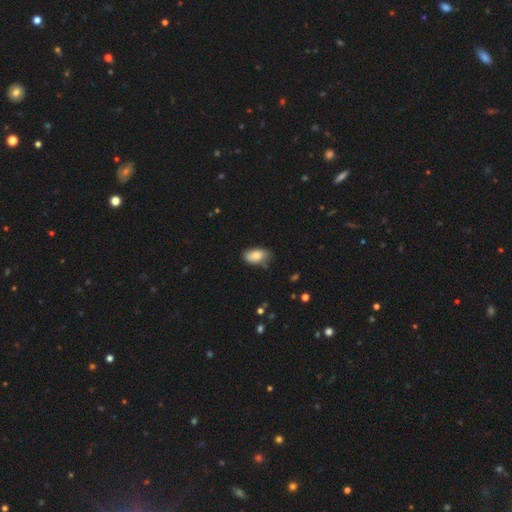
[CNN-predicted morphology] Smooth or featured?
  - smooth: 84% *
  - featured or disk: 9%
  - star or artifact: 7%
How rounded?
  - in between: 93% *
  - round: 5%
  - cigar-shaped: 2%
Merging?
  - none: 68% *
  - minor disturbance: 26%
  - major disturbance: 4%
  - merger: 2%